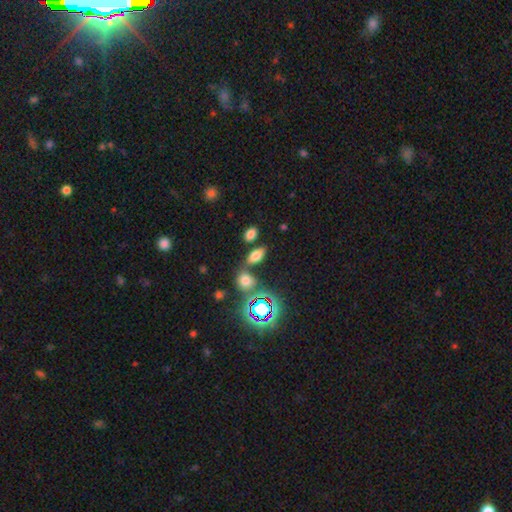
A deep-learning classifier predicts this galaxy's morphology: Smooth or featured? smooth (72%)
How rounded? in between (87%)
Merging? none (70%)